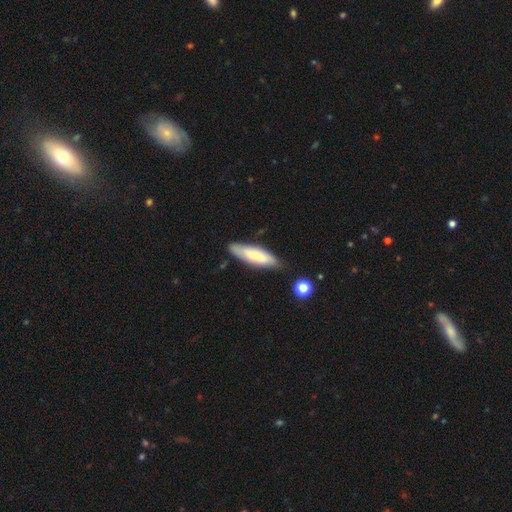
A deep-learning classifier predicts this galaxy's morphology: type=smooth (66%); roundness=cigar-shaped (59%); merging=none (76%).